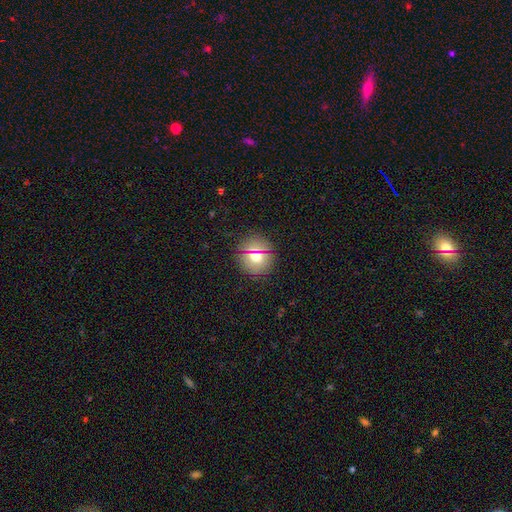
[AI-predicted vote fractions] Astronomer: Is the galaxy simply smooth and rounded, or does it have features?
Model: smooth — 68%.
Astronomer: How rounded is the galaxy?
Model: round — 92%.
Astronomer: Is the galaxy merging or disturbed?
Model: none — 88%.